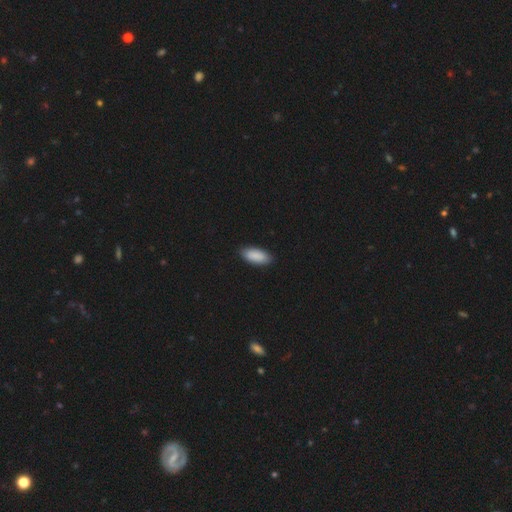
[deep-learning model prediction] This is clearly a smooth galaxy (90%). How rounded: clearly in between (86%). Merging: clearly none (87%).